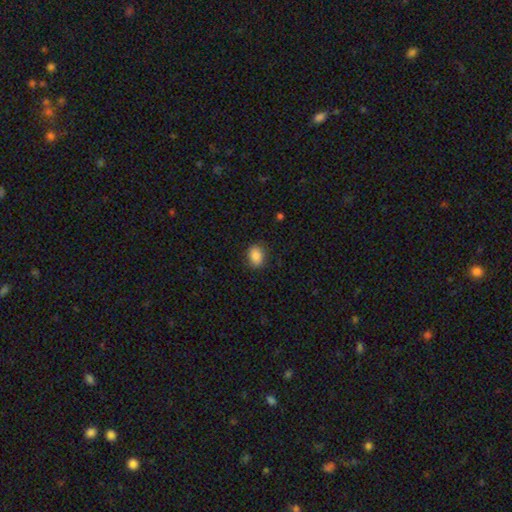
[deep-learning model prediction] Morphology: type=smooth (87%); roundness=in between (62%); merging=none (84%).